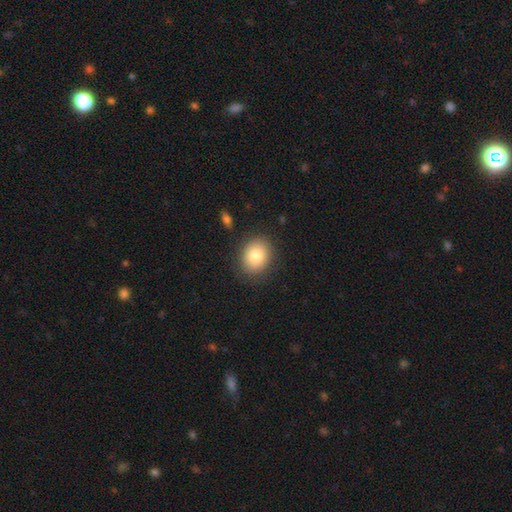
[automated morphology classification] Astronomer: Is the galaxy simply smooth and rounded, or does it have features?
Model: smooth — 80%.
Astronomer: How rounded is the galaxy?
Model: round — 51% (runner-up: in between, 48%).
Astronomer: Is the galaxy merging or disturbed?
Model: none — 85%.